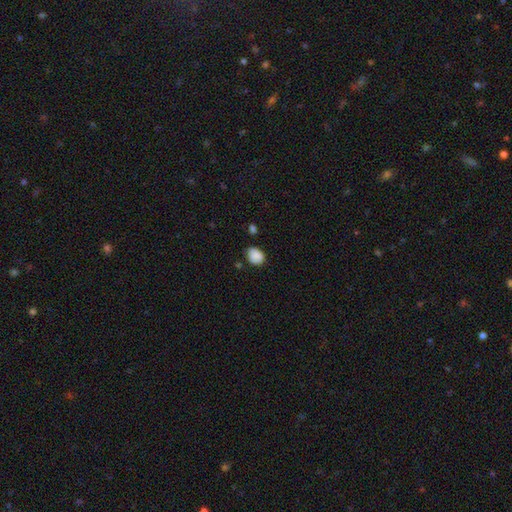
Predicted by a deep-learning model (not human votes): Smooth or featured? smooth (87%)
How rounded? in between (66%)
Merging? none (70%)